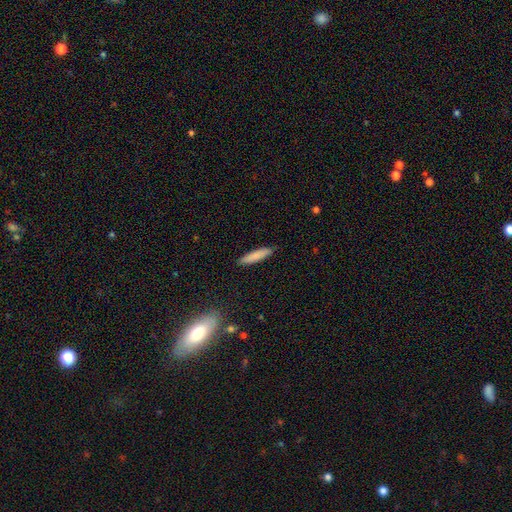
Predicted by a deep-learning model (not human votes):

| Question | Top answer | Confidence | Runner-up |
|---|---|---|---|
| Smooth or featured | smooth | 83% | featured or disk (11%) |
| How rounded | cigar-shaped | 86% | in between (12%) |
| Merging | none | 89% | minor disturbance (8%) |